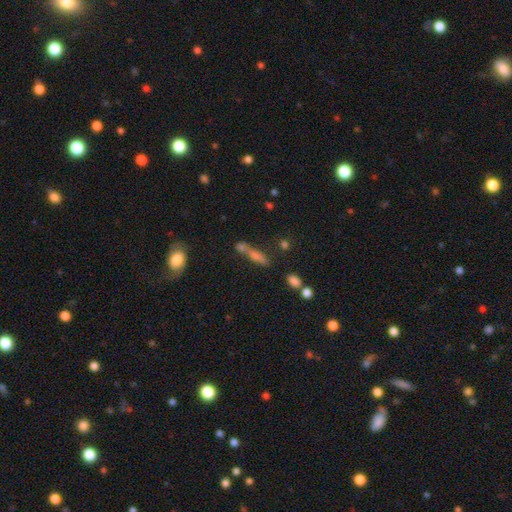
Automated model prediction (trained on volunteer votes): smooth_or_featured: smooth (p=0.61) [alt: featured or disk p=0.23]
how_rounded: cigar-shaped (p=0.65) [alt: in between p=0.29]
merging: none (p=0.47) [alt: merger p=0.31]